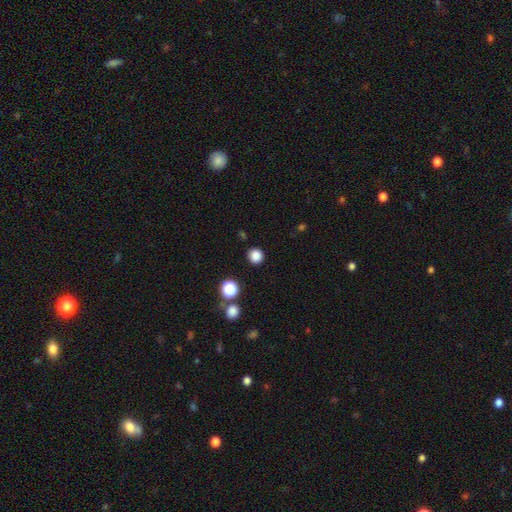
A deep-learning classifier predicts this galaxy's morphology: This appears to be a smooth galaxy with no disk features (84%) that is round (92%). Merging: none (89%).